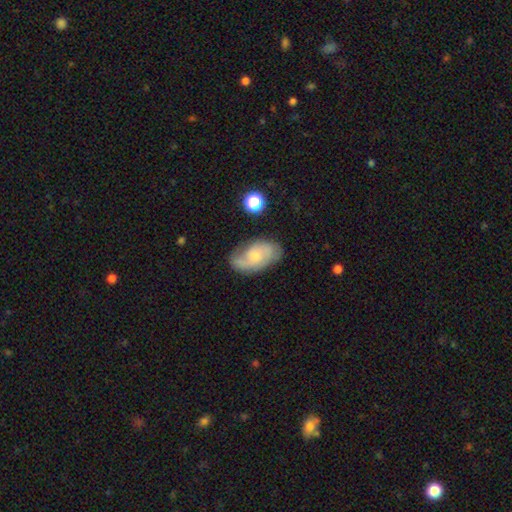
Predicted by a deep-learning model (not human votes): featured or disk 65%, smooth 28%, star or artifact 7%. Down the decision tree: edge-on disk — no (96%); bar — no (68%); spiral arms — yes (90%); spiral arm count — 2 (68%); spiral winding — medium (45%); bulge size — small (63%); merging — none (68%).